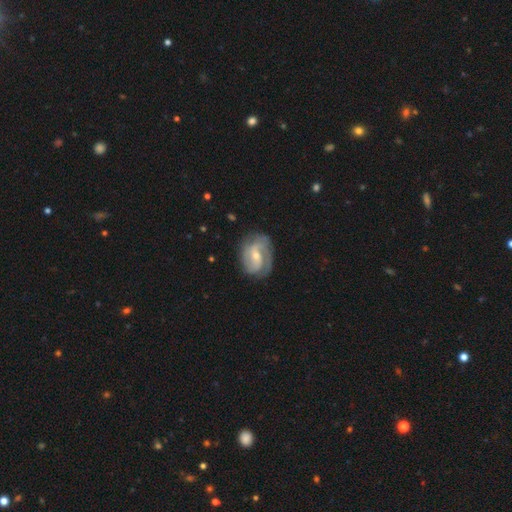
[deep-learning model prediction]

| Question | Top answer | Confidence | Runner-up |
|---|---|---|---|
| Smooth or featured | featured or disk | 82% | smooth (13%) |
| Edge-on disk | no | 97% | yes (3%) |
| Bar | weak | 43% | no (41%) |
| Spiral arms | yes | 94% | no (6%) |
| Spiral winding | medium | 47% | tight (34%) |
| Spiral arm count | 2 | 64% | can't tell (14%) |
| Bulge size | small | 58% | moderate (38%) |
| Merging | none | 69% | minor disturbance (21%) |